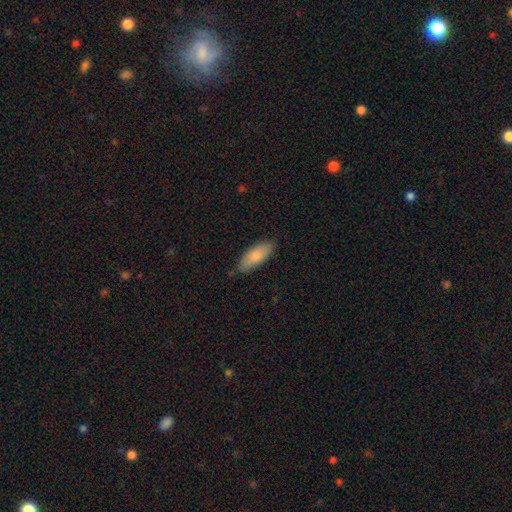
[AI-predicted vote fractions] A smooth galaxy with no disk features (82%) that is in between round and cigar-shaped (78%). Merging: none (80%).